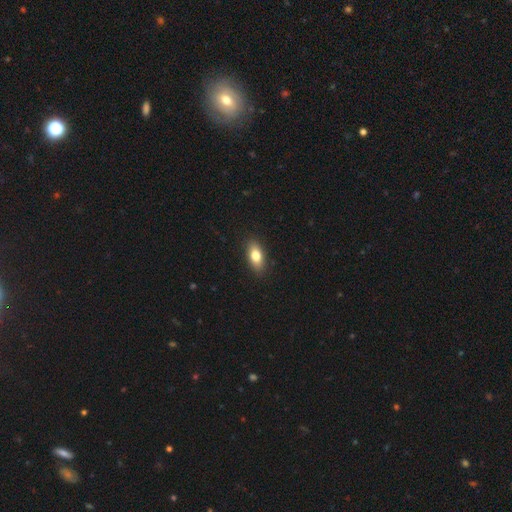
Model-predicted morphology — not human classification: smooth 79%, featured or disk 14%, star or artifact 7%. Down the decision tree: how rounded — in between (84%); merging — none (88%).